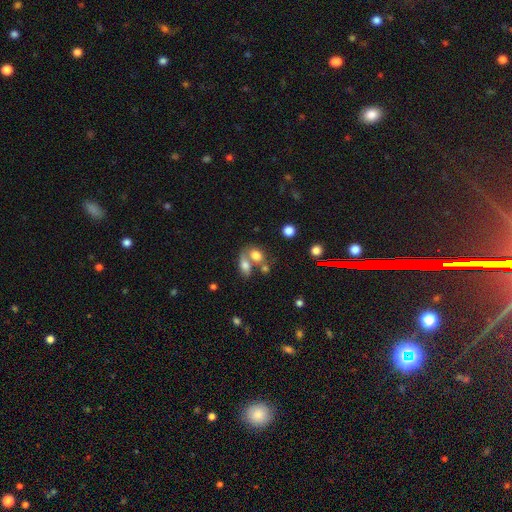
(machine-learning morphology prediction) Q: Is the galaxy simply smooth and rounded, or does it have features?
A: smooth — 75%.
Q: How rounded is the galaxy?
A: in between — 68%.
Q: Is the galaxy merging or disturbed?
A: merger — 53%.